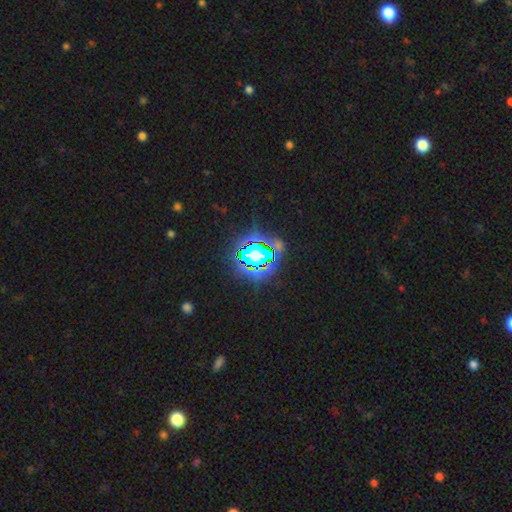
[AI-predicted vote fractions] smooth-or-featured: star or artifact: 73% | smooth: 17% | featured or disk: 10%